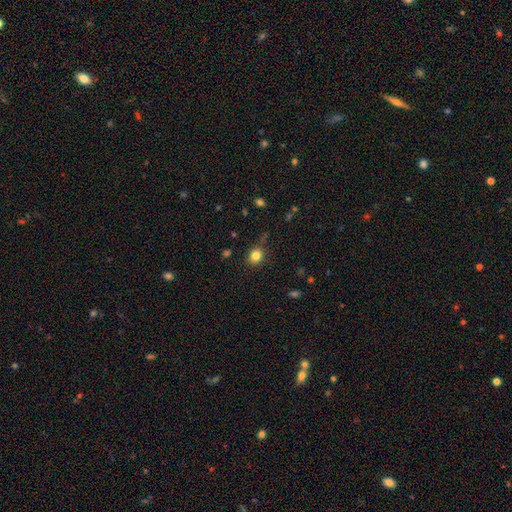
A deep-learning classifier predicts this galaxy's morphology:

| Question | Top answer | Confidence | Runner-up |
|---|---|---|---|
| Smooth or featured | smooth | 82% | star or artifact (12%) |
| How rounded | round | 72% | in between (27%) |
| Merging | none | 83% | minor disturbance (12%) |